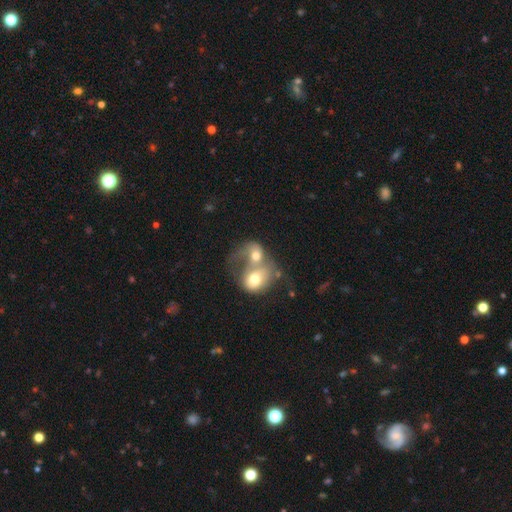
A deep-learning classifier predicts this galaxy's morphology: smooth_or_featured: smooth (p=0.59) [alt: featured or disk p=0.33]
how_rounded: in between (p=0.53) [alt: round p=0.45]
merging: merger (p=0.80) [alt: major disturbance p=0.10]